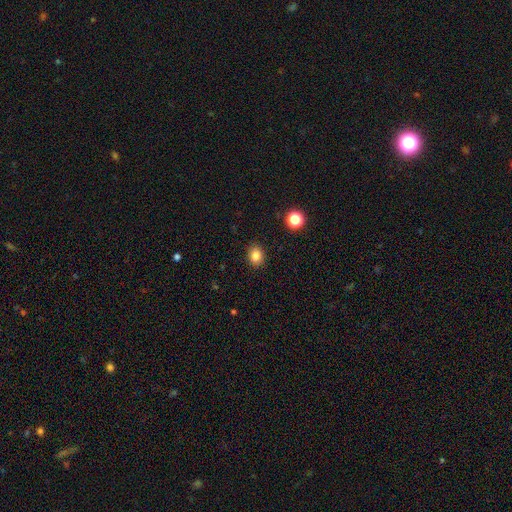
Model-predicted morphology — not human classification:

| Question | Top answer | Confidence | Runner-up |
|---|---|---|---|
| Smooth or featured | smooth | 83% | star or artifact (11%) |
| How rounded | round | 53% | in between (46%) |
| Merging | none | 89% | minor disturbance (7%) |